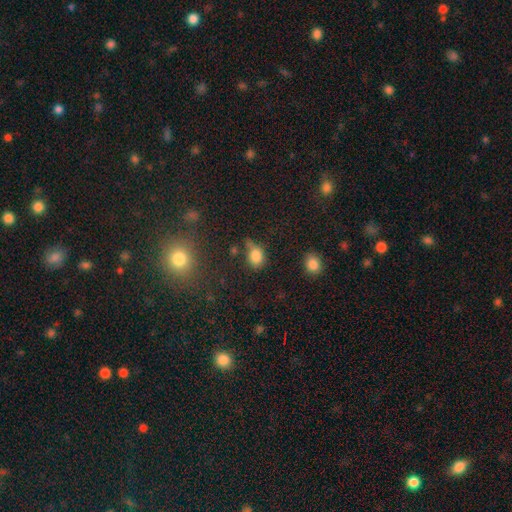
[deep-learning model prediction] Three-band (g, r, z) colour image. It shows a smooth galaxy with no disk features (82%) that is in between round and cigar-shaped (57%). Merging: none (47%).